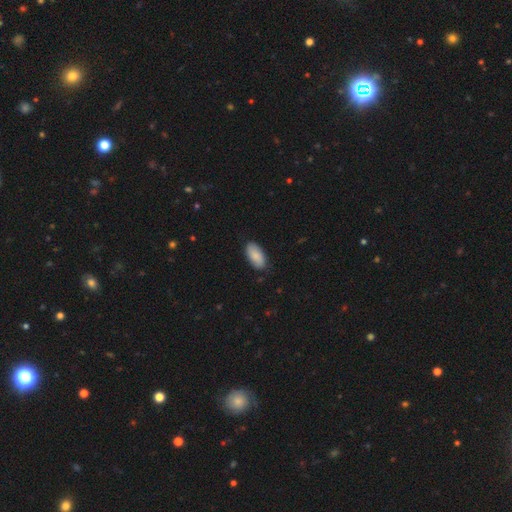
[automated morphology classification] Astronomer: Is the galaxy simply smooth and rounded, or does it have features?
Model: smooth — 87%.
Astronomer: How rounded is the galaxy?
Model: in between — 94%.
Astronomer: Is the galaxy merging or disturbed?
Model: none — 84%.